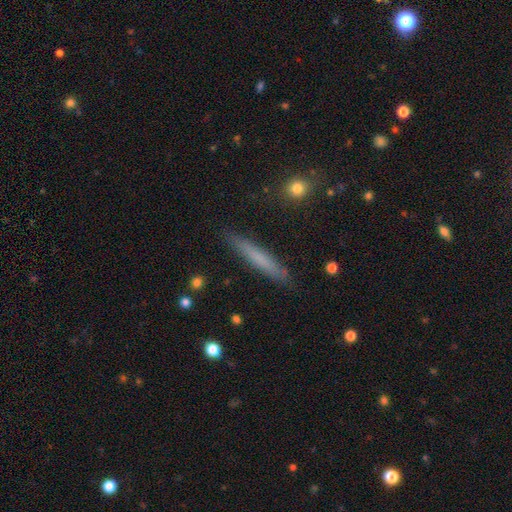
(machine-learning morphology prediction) The model was most divided on "smooth or featured": smooth: 59%, featured or disk: 32%, star or artifact: 8%. More confident: how rounded — cigar-shaped (94%); merging — none (88%).